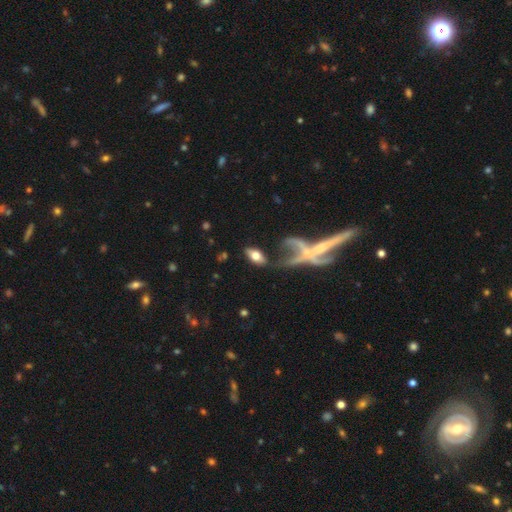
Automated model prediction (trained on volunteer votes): Smooth or featured? Predicted: smooth (p=0.66). How rounded? Predicted: in between (p=0.91). Merging? Predicted: none (p=0.57).